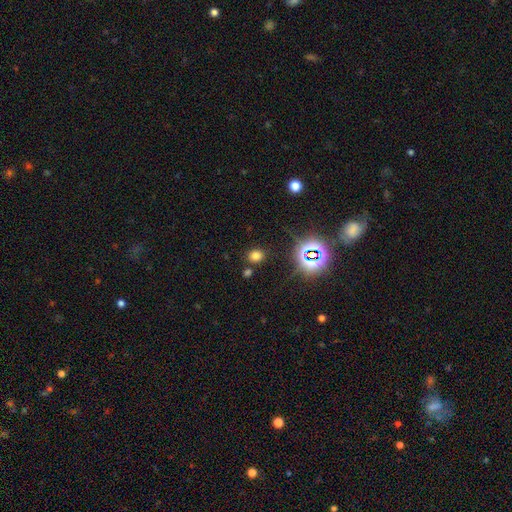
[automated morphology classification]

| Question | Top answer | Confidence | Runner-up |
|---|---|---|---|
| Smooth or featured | smooth | 67% | star or artifact (26%) |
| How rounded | round | 65% | in between (34%) |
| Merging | none | 81% | minor disturbance (9%) |